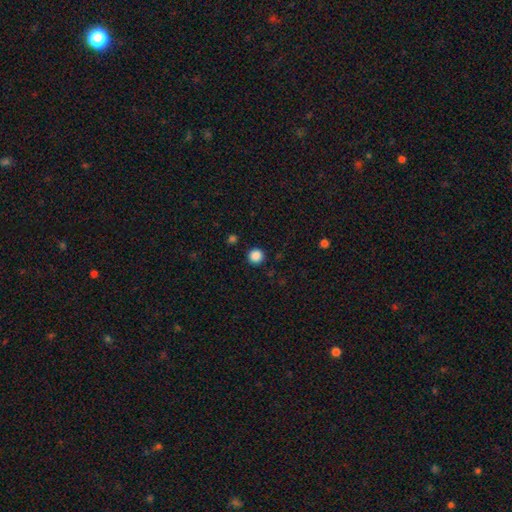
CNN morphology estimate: Overall: smooth (87%). How rounded: round (95%). Merging: none (92%).